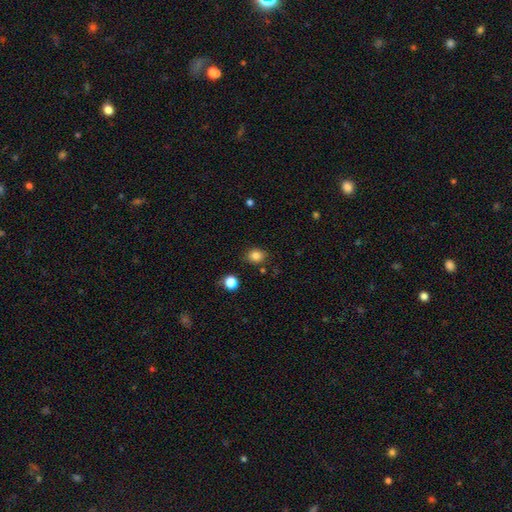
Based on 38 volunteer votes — Smooth or featured? 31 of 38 (82%) said smooth. How rounded? 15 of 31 (48%, tied with in between) said round. Merging? 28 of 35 (80%) said none.